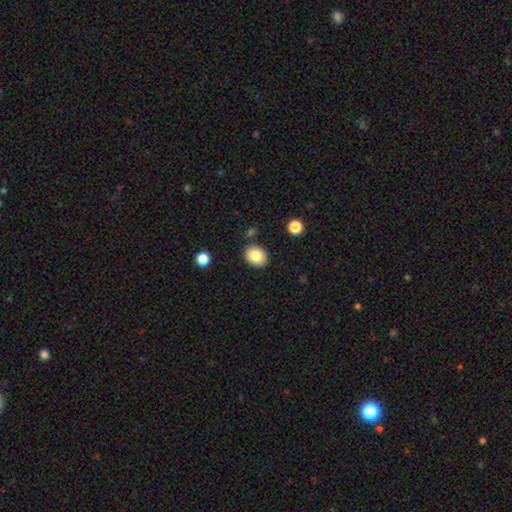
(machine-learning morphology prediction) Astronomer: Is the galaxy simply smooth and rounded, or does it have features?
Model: smooth — 83%.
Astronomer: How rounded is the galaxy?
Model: round — 55% (runner-up: in between, 44%).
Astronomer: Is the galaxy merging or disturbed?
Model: none — 86%.